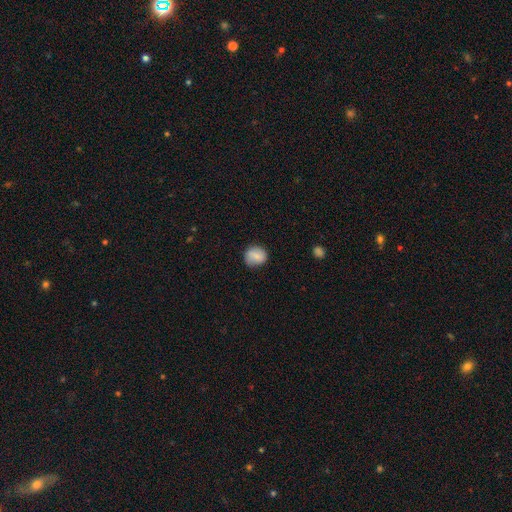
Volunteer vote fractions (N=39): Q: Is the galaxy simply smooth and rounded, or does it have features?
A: smooth — 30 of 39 (77%).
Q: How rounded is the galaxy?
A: round — 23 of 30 (77%).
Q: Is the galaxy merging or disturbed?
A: none — 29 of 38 (76%).